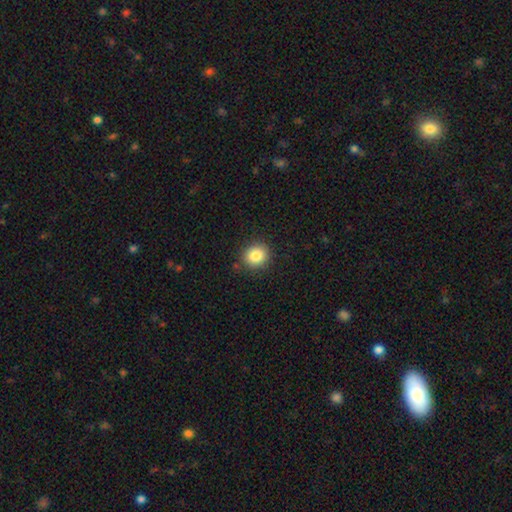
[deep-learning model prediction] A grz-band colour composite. It shows a smooth galaxy with no disk features (85%) that is round (80%). Merging: none (87%).